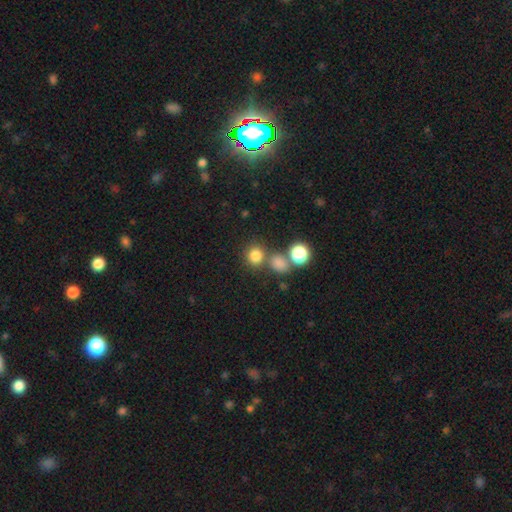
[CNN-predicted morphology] type=smooth (78%); roundness=round (84%); merging=none (68%).